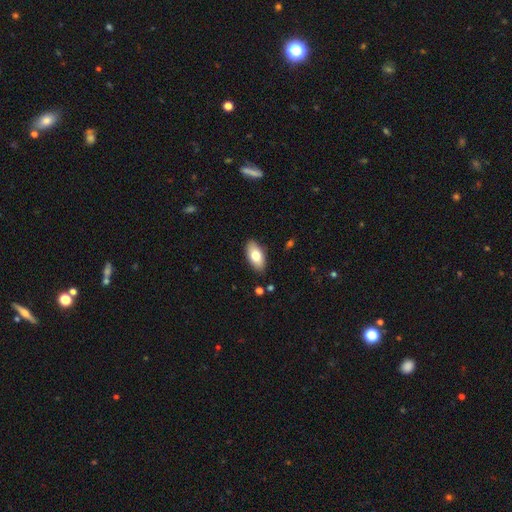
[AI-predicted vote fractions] Smooth or featured? smooth (74%)
How rounded? in between (92%)
Merging? none (87%)